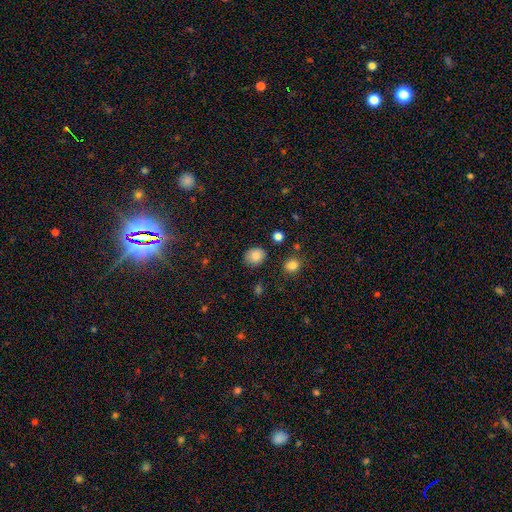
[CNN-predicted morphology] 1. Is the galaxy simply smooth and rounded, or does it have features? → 85% smooth, 10% star or artifact, 5% featured or disk.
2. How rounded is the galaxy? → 67% round, 32% in between, 1% cigar-shaped.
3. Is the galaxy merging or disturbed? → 83% none, 11% minor disturbance, 3% major disturbance, 2% merger.